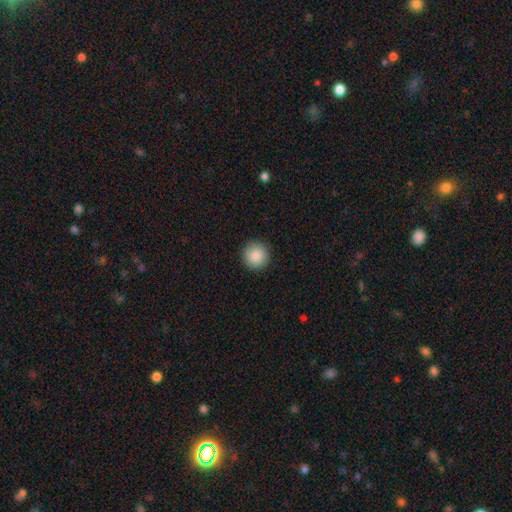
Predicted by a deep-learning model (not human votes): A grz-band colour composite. It shows a smooth galaxy with no disk features (88%) that is round (96%). Merging: none (92%).